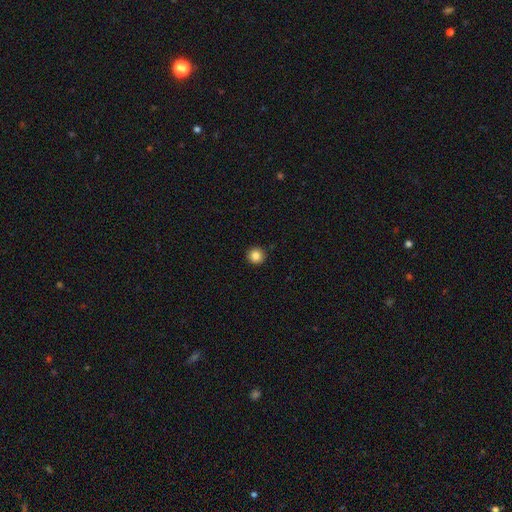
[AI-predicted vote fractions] This appears to be a smooth galaxy with no disk features (85%) that is round (95%). Merging: none (93%).